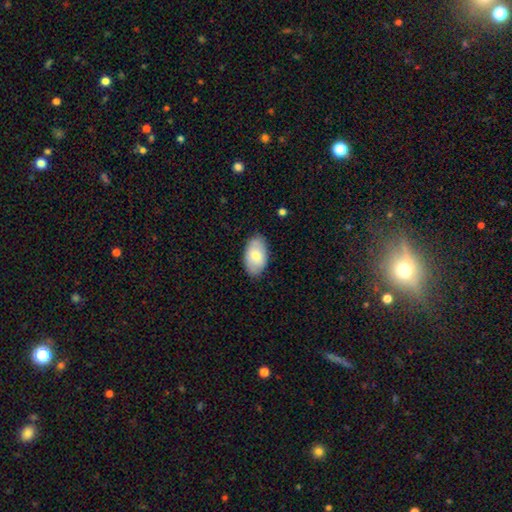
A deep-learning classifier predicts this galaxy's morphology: Smooth or featured?
  - smooth: 73% *
  - featured or disk: 21%
  - star or artifact: 6%
How rounded?
  - in between: 94% *
  - round: 5%
  - cigar-shaped: 1%
Merging?
  - none: 83% *
  - minor disturbance: 14%
  - major disturbance: 2%
  - merger: 1%